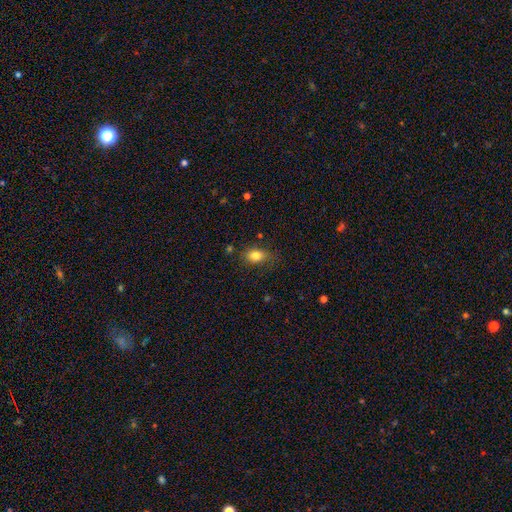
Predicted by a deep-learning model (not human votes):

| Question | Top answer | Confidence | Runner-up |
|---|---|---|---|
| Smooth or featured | smooth | 82% | star or artifact (10%) |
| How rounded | in between | 78% | round (20%) |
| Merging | none | 74% | minor disturbance (19%) |